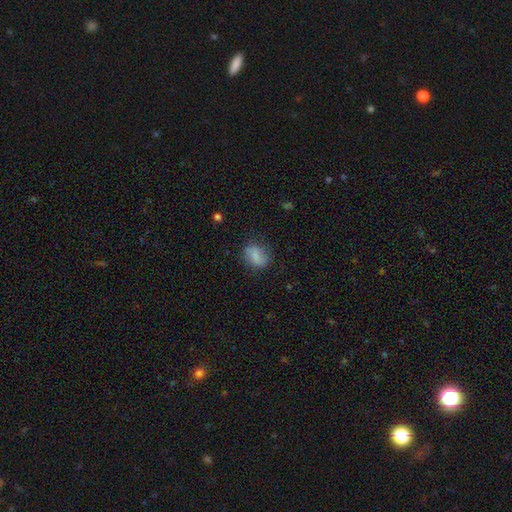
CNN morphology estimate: A smooth galaxy with no disk features (73%) that is in between round and cigar-shaped (57%). Merging: none (71%).